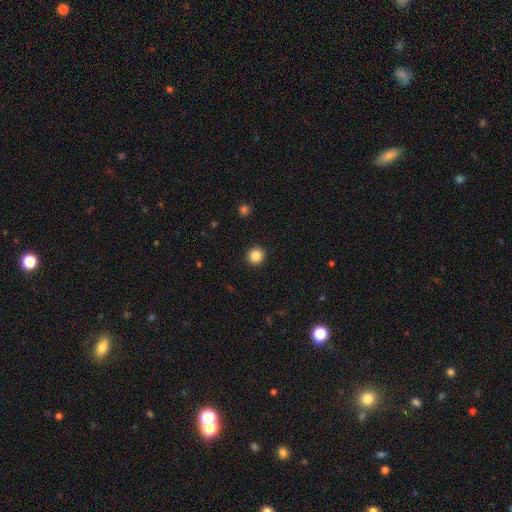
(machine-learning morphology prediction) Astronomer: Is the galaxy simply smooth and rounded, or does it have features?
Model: smooth — 86%.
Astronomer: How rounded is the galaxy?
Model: round — 94%.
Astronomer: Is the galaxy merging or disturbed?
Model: none — 93%.